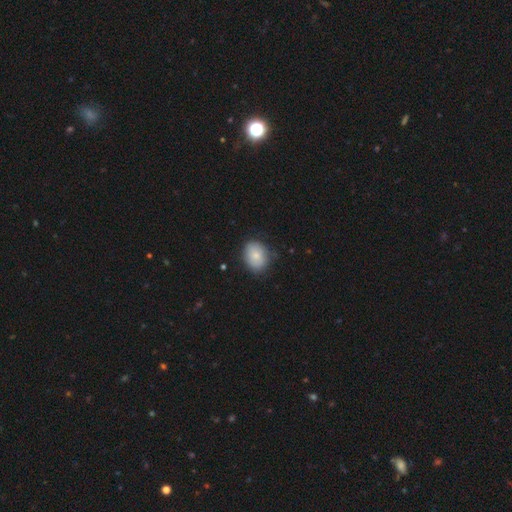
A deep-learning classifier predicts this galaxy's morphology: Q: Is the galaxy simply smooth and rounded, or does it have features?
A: smooth — 81%.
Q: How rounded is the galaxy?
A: in between — 54%.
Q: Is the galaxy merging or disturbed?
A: none — 78%.